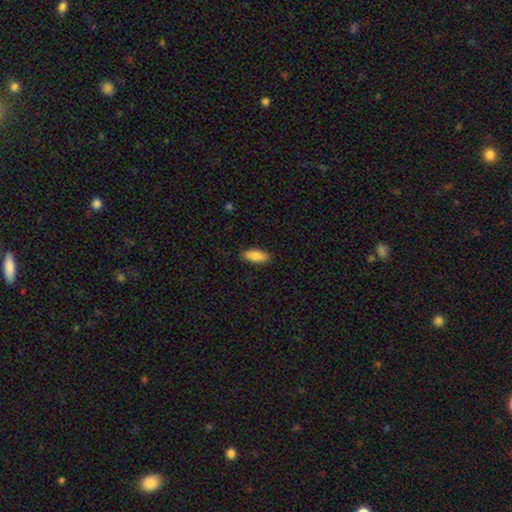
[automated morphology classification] A smooth galaxy with no disk features (85%) that is in between round and cigar-shaped (83%). Merging: none (87%).